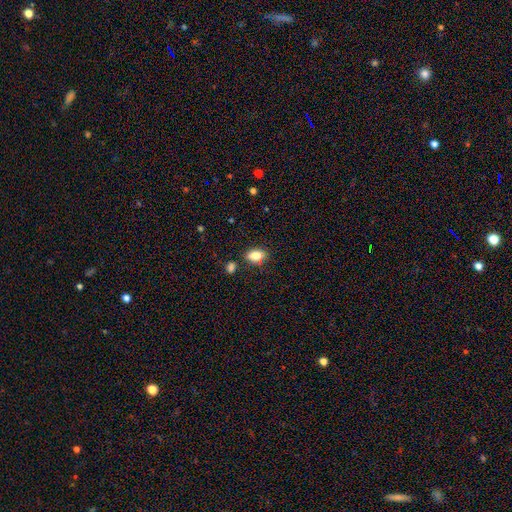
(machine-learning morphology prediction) Smooth or featured? Predicted: smooth (p=0.79). How rounded? Predicted: in between (p=0.82). Merging? Predicted: none (p=0.68).